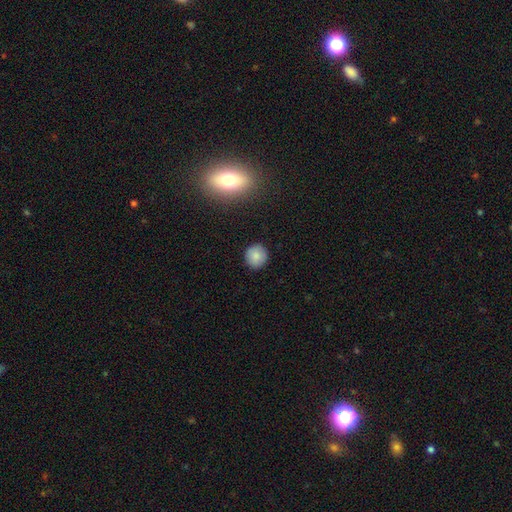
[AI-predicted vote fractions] Overall: smooth (85%). How rounded: round (91%). Merging: none (90%).